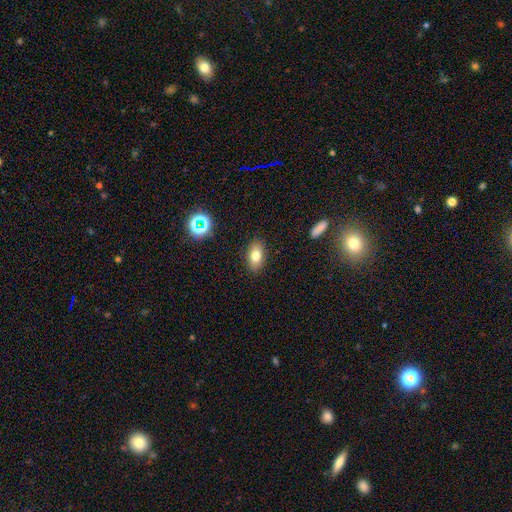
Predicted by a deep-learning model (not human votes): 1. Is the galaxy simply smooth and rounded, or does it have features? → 77% smooth, 13% featured or disk, 11% star or artifact.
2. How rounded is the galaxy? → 87% in between, 10% round, 3% cigar-shaped.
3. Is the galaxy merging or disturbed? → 87% none, 9% minor disturbance, 2% major disturbance, 1% merger.